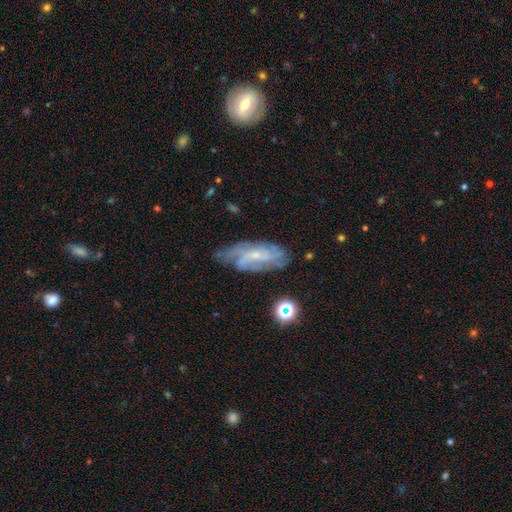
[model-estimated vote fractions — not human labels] Smooth or featured? Predicted: featured or disk (p=0.76). Edge-on disk? Predicted: no (p=0.90). Bar? Predicted: no (p=0.52). Spiral arms? Predicted: yes (p=0.90). Spiral winding? Predicted: tight (p=0.43). Spiral arm count? Predicted: can't tell (p=0.38). Bulge size? Predicted: small (p=0.73). Merging? Predicted: none (p=0.64).